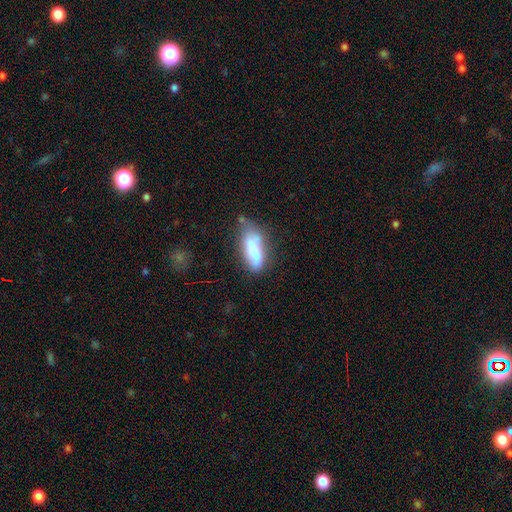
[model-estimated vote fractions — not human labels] This appears to be a smooth galaxy with no disk features (67%) that is in between round and cigar-shaped (53%). Merging: none (41%).